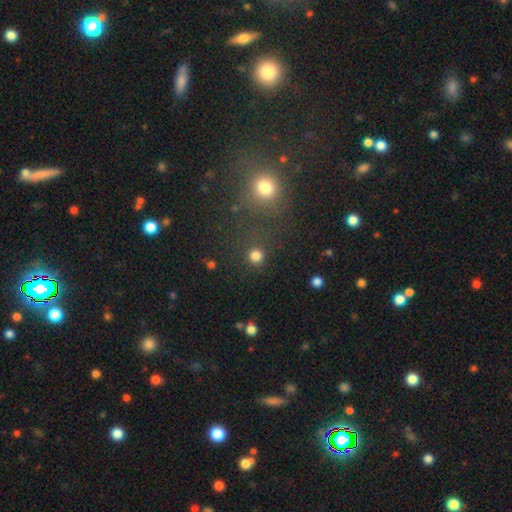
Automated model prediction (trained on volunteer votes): A smooth galaxy with no disk features (81%) that is round (94%). Merging: none (88%).